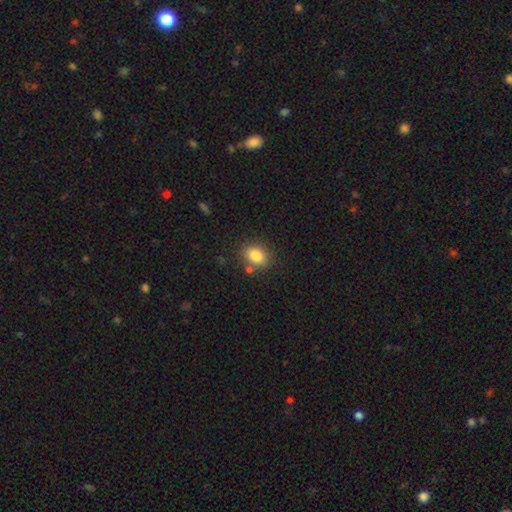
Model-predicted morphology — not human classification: type=smooth (85%); roundness=in between (51%); merging=none (76%).